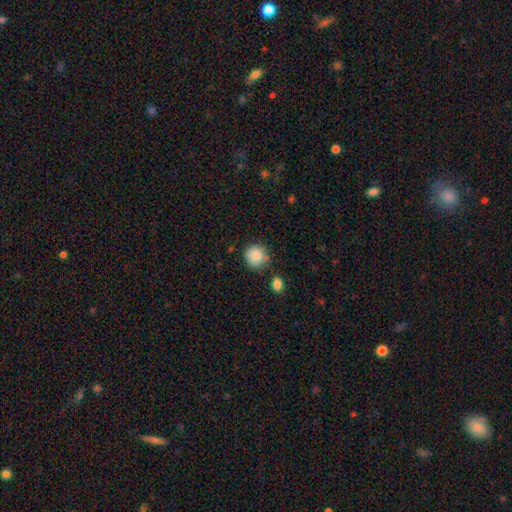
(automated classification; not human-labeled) A smooth galaxy with no disk features (85%) that is round (92%).

Vote fractions:
- Smooth or featured? smooth: 85% / star or artifact: 9% / featured or disk: 7%
- How rounded? round: 92% / in between: 7% / cigar-shaped: 1%
- Merging? none: 79% / minor disturbance: 13% / merger: 5% / major disturbance: 3%